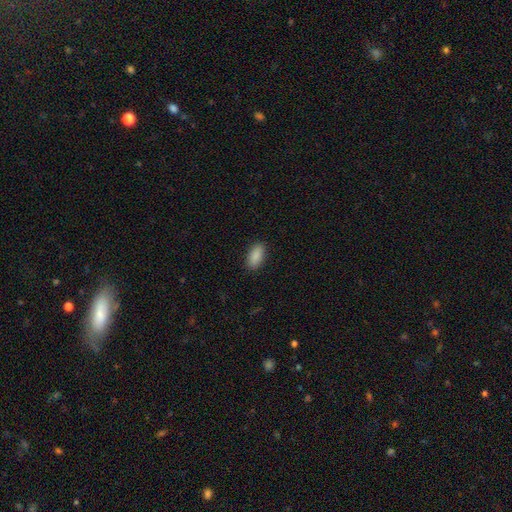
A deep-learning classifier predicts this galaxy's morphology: Overall: smooth (90%). How rounded: in between (91%). Merging: none (89%).